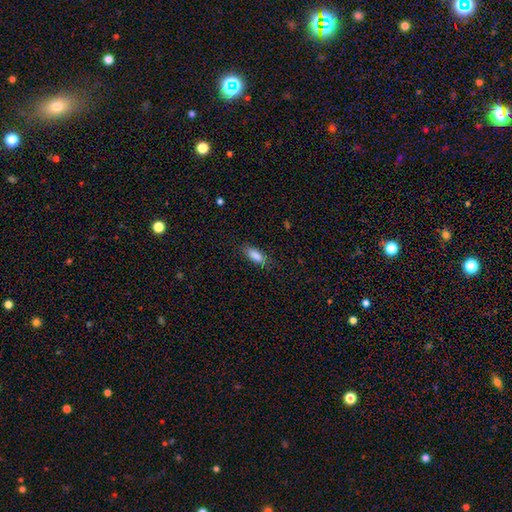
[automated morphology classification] Smooth or featured: smooth — 85% (star or artifact — 7%)
How rounded: in between — 74% (cigar-shaped — 24%)
Merging: none — 80% (minor disturbance — 15%)